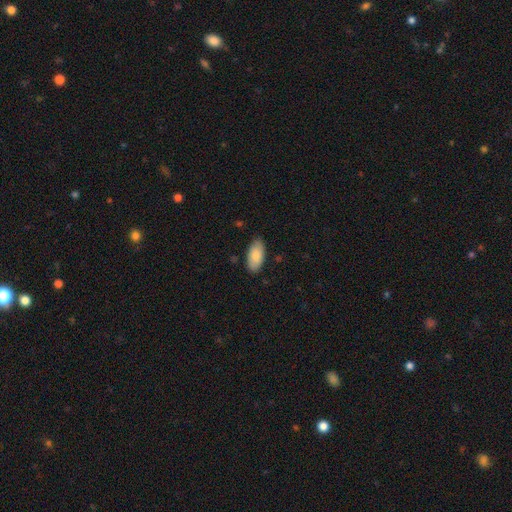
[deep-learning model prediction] This is clearly a smooth galaxy (83%). How rounded: clearly in between (93%). Merging: clearly none (85%).